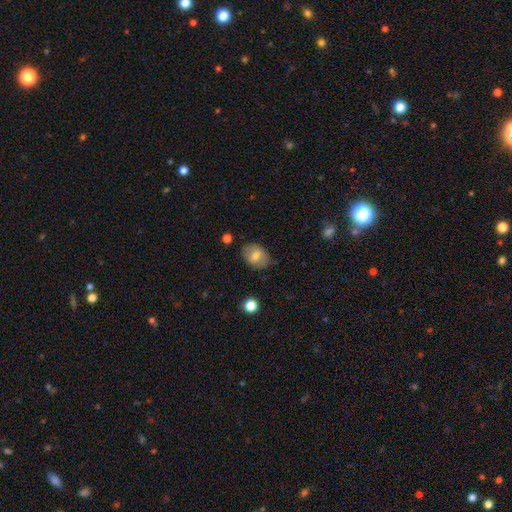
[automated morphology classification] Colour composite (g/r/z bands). It shows a smooth galaxy with no disk features (71%) that is in between round and cigar-shaped (71%). Merging: none (79%).